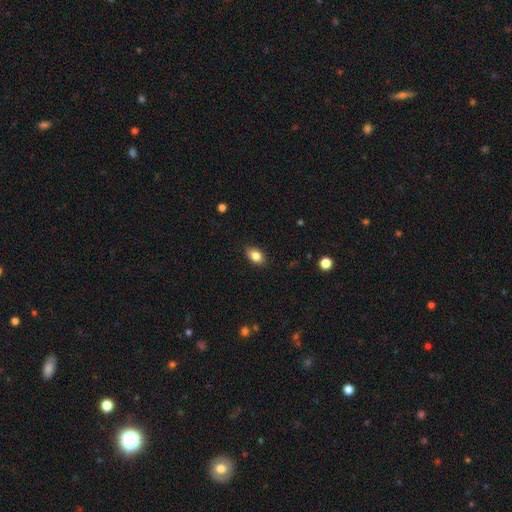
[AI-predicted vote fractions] A smooth galaxy with no disk features (84%) that is in between round and cigar-shaped (87%).

Vote fractions:
- Smooth or featured? smooth: 84% / star or artifact: 8% / featured or disk: 8%
- How rounded? in between: 87% / round: 10% / cigar-shaped: 2%
- Merging? none: 87% / minor disturbance: 10% / major disturbance: 2% / merger: 1%